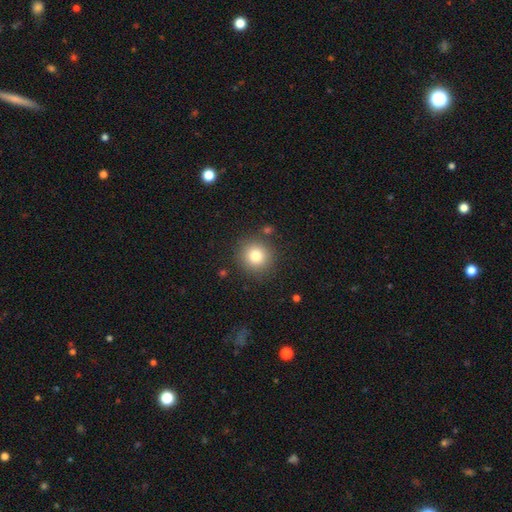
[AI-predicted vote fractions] smooth 81%, star or artifact 11%, featured or disk 8%. Down the decision tree: how rounded — round (92%); merging — none (87%).